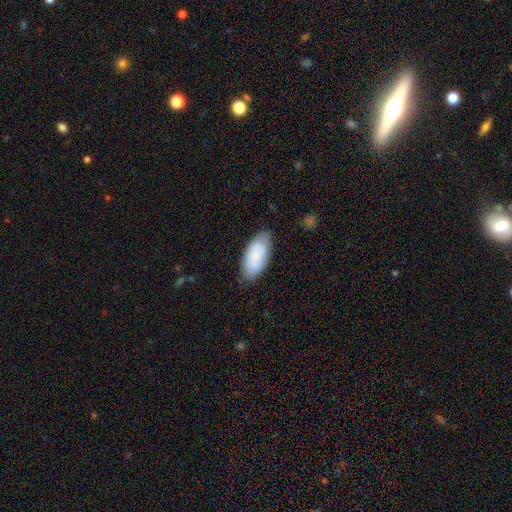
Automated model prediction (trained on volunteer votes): smooth_or_featured: smooth (p=0.81) [alt: featured or disk p=0.13]
how_rounded: in between (p=0.92) [alt: cigar-shaped p=0.06]
merging: none (p=0.78) [alt: minor disturbance p=0.18]